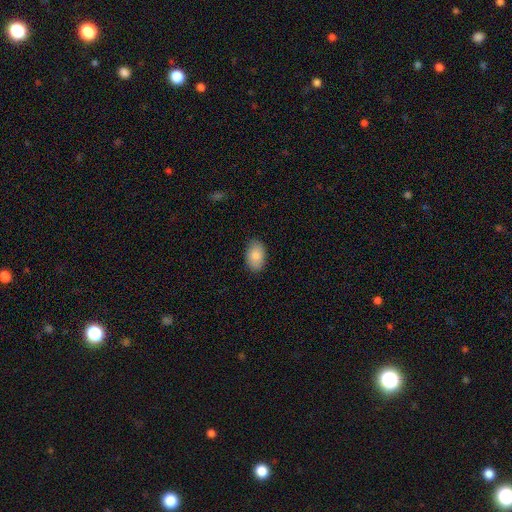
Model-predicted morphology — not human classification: A smooth galaxy with no disk features (85%) that is in between round and cigar-shaped (90%).

Vote fractions:
- Smooth or featured? smooth: 85% / featured or disk: 8% / star or artifact: 6%
- How rounded? in between: 90% / round: 9% / cigar-shaped: 1%
- Merging? none: 85% / minor disturbance: 11% / major disturbance: 2% / merger: 1%